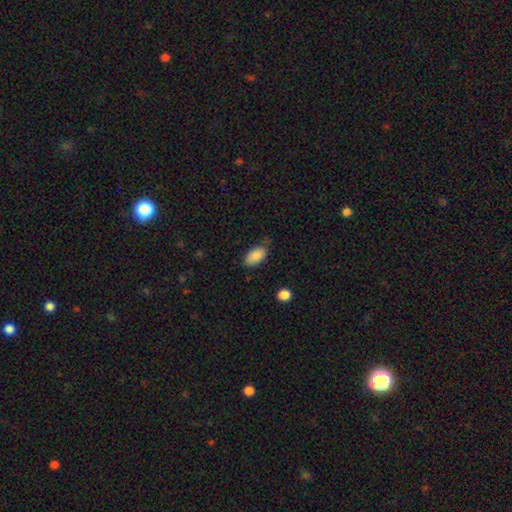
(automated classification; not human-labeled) Smooth or featured? smooth (88%)
How rounded? in between (94%)
Merging? none (69%)